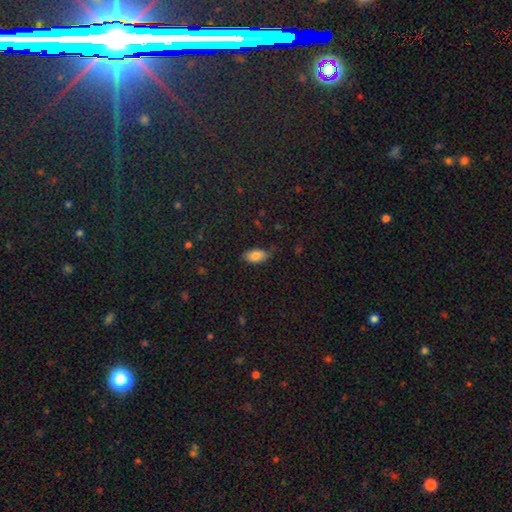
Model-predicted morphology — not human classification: smooth_or_featured: smooth (p=0.84) [alt: star or artifact p=0.09]
how_rounded: in between (p=0.92) [alt: round p=0.04]
merging: none (p=0.69) [alt: minor disturbance p=0.25]